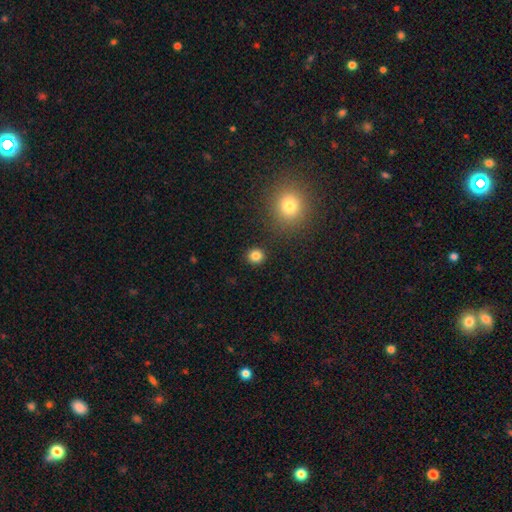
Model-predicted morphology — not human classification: This is clearly a smooth galaxy (83%). How rounded: clearly round (89%). Merging: clearly none (90%).